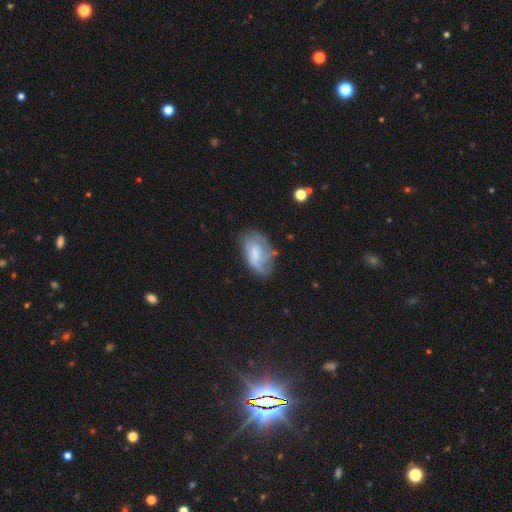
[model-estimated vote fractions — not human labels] Overall: smooth (46%; featured or disk 45%). Merging: none (48%; minor disturbance 30%).